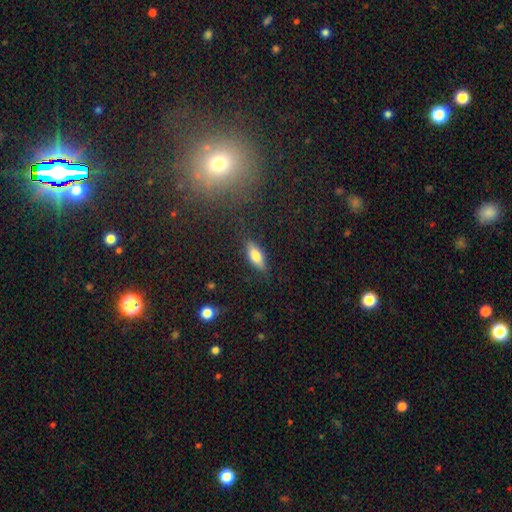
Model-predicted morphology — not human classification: Smooth or featured? Predicted: smooth (p=0.75). How rounded? Predicted: in between (p=0.73). Merging? Predicted: none (p=0.83).